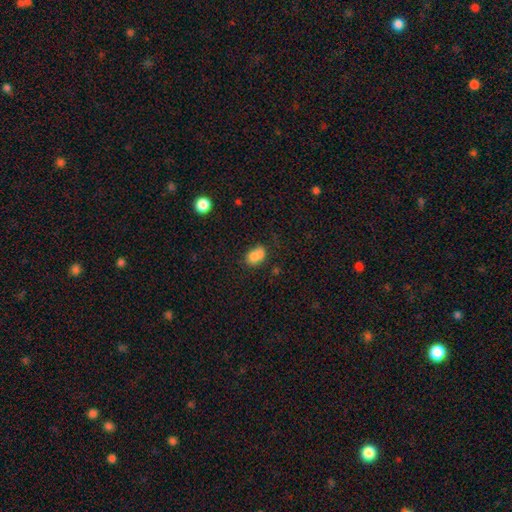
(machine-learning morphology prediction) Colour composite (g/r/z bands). It shows a smooth galaxy with no disk features (79%) that is in between round and cigar-shaped (76%). Merging: none (45%).